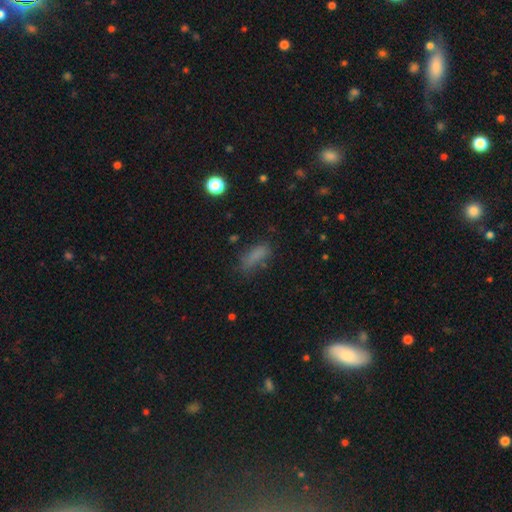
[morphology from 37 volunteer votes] Volunteers were most divided on "merging": none: 61%, minor disturbance: 30%, major disturbance: 9%, merger: 0%. More confident: smooth or featured — smooth (81%); how rounded — in between (73%).